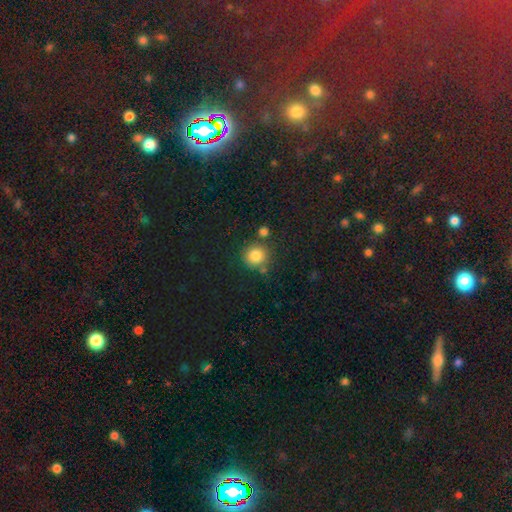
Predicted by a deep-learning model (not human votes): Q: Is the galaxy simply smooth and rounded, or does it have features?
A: smooth — 83%.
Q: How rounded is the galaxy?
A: round — 91%.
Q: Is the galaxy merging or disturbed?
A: none — 75%.